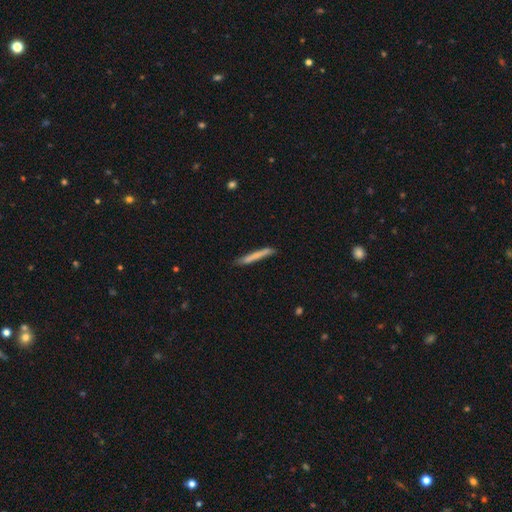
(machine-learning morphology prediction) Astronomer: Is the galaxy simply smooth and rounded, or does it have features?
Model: smooth — 71%.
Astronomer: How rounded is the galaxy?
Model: cigar-shaped — 96%.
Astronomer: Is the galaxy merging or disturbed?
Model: none — 83%.